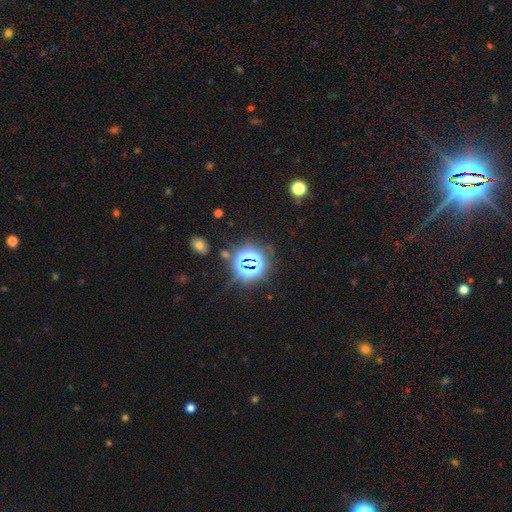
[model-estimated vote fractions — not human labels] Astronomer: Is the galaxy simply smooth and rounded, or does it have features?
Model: star or artifact — 82%.